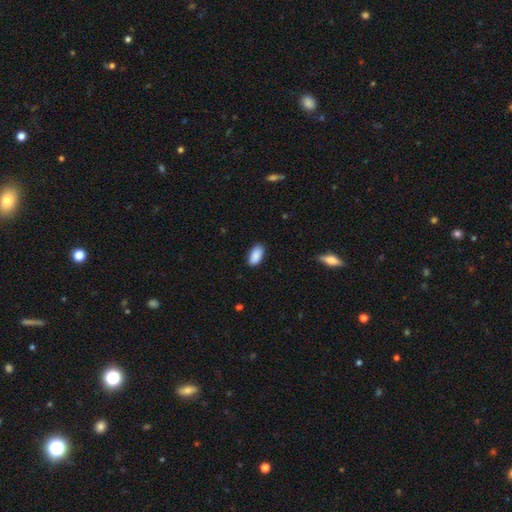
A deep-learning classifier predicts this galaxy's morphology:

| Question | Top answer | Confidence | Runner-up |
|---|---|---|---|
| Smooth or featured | smooth | 90% | star or artifact (7%) |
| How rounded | in between | 94% | cigar-shaped (4%) |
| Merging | none | 86% | minor disturbance (11%) |